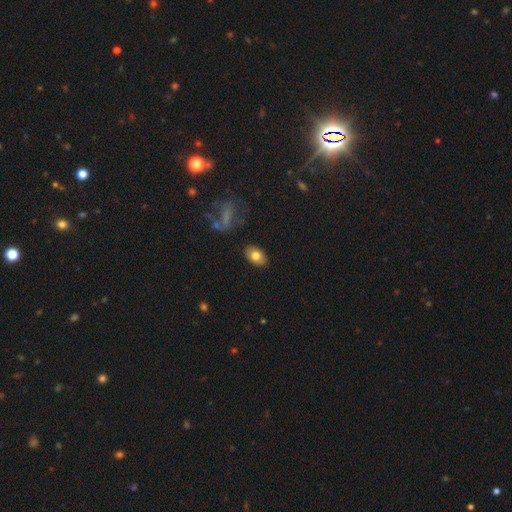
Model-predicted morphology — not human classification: Smooth or featured: smooth — 77% (featured or disk — 15%)
How rounded: in between — 88% (round — 11%)
Merging: none — 86% (minor disturbance — 10%)